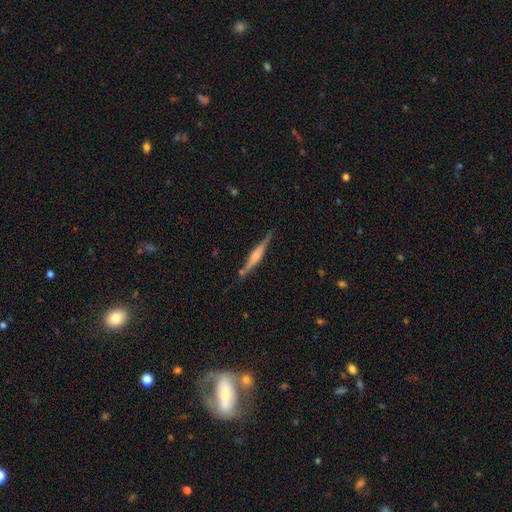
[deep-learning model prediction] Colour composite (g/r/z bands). It shows a featured or disk galaxy (65%) viewed edge-on (97%) with a rounded central bulge (54%). Merging: none (82%).